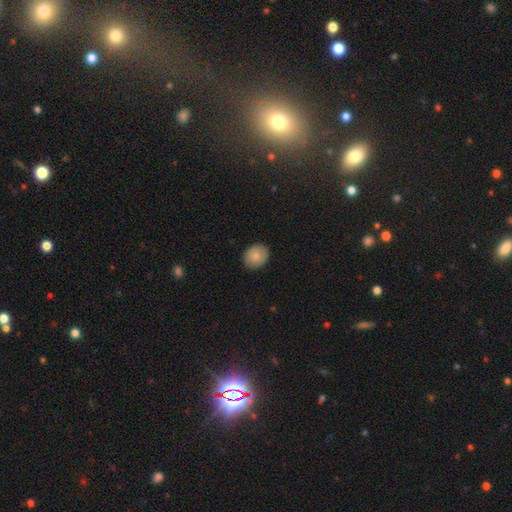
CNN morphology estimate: Overall: smooth (84%). How rounded: round (59%; in between 40%). Merging: none (87%).